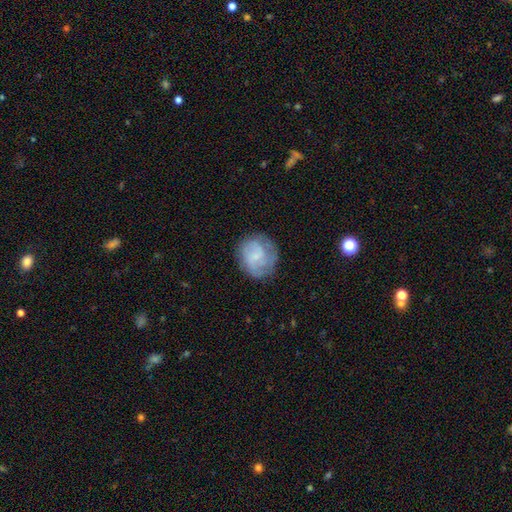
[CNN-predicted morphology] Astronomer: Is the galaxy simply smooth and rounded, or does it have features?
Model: featured or disk — 49% (runner-up: smooth, 43%).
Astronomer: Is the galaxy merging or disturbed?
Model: none — 73%.